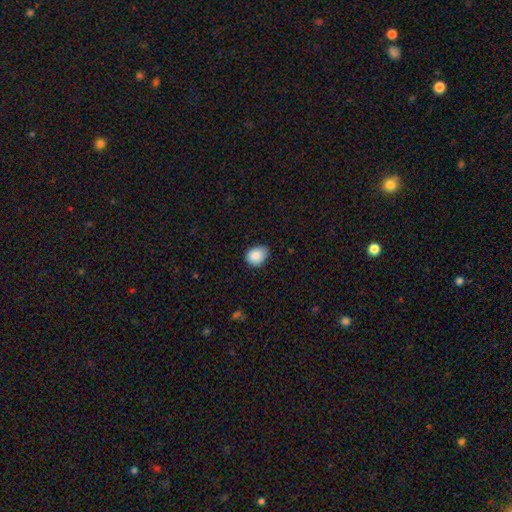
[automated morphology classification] This appears to be a smooth galaxy with no disk features (88%) that is in between round and cigar-shaped (56%). Merging: none (70%).